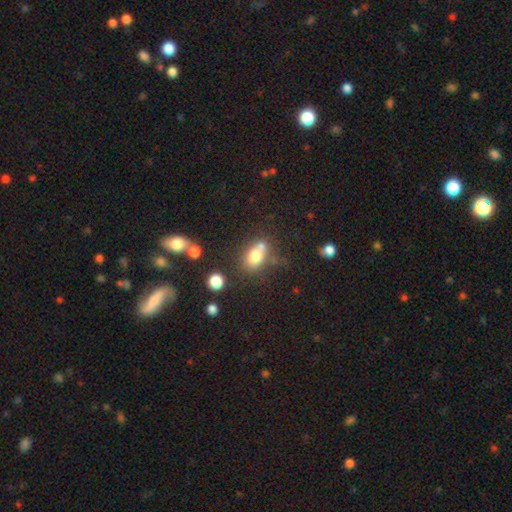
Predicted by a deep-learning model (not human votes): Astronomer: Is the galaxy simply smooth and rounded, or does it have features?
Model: smooth — 74%.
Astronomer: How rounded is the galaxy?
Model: in between — 66%.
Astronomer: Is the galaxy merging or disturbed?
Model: none — 45% (runner-up: merger, 33%).